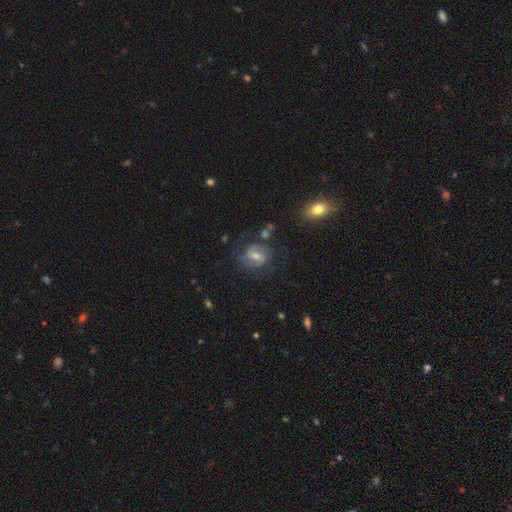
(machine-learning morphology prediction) Smooth or featured: featured or disk — 65% (smooth — 26%)
Edge-on disk: no — 96% (yes — 4%)
Bar: weak — 47% (no — 27%)
Spiral arms: yes — 78% (no — 22%)
Bulge size: moderate — 60% (small — 34%)
Merging: none — 63% (minor disturbance — 19%)